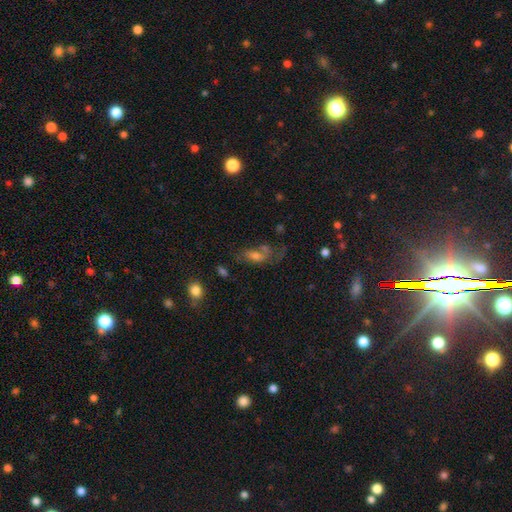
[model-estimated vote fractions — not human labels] smooth-or-featured: smooth: 49% | featured or disk: 31% | star or artifact: 19%
  merging: none: 37% | major disturbance: 24% | merger: 20% | minor disturbance: 19%